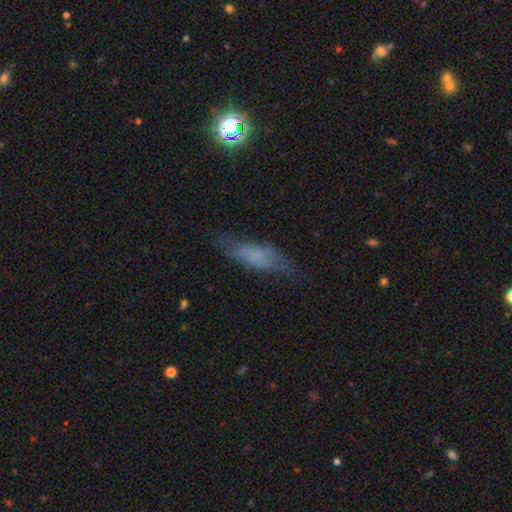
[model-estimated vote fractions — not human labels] Smooth or featured? smooth (57%)
How rounded? cigar-shaped (50%)
Merging? none (63%)